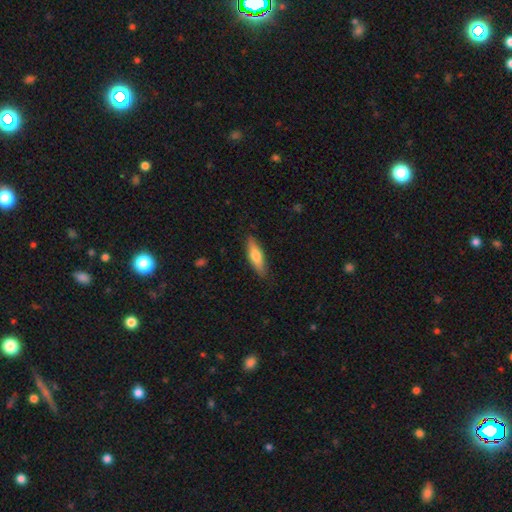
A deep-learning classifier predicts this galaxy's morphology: This appears to be a smooth galaxy with no disk features (65%) that is cigar-shaped (55%). Merging: none (86%).